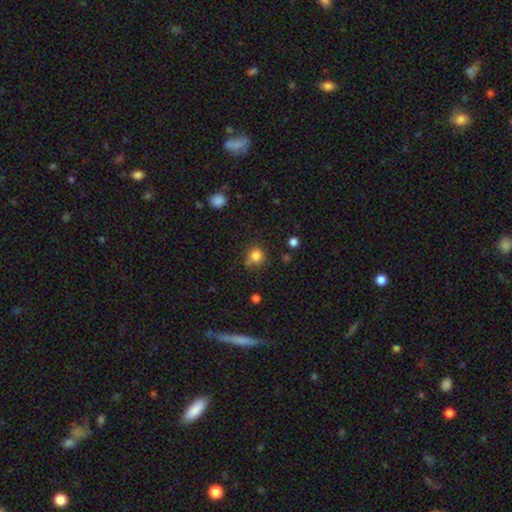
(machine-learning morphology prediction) A smooth galaxy with no disk features (82%) that is round (84%).

Vote fractions:
- Smooth or featured? smooth: 82% / star or artifact: 12% / featured or disk: 6%
- How rounded? round: 84% / in between: 15% / cigar-shaped: 1%
- Merging? none: 69% / minor disturbance: 23% / major disturbance: 5% / merger: 3%